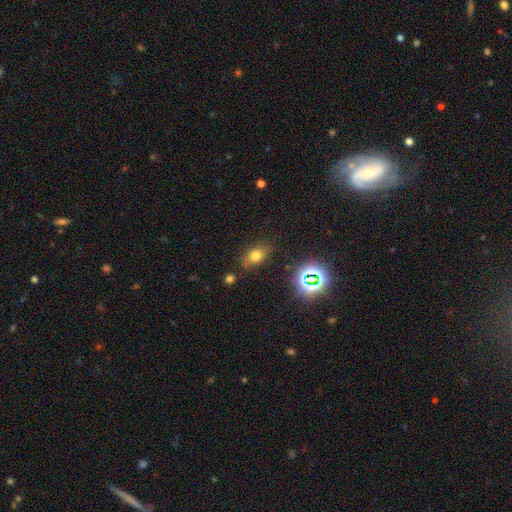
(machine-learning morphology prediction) A smooth galaxy with no disk features (70%) that is in between round and cigar-shaped (72%). Merging: none (78%).